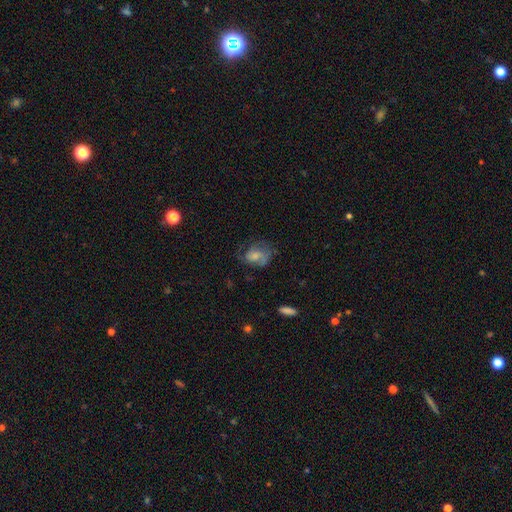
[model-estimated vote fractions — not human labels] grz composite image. It shows a smooth galaxy with no disk features (49%). Merging: none (43%).